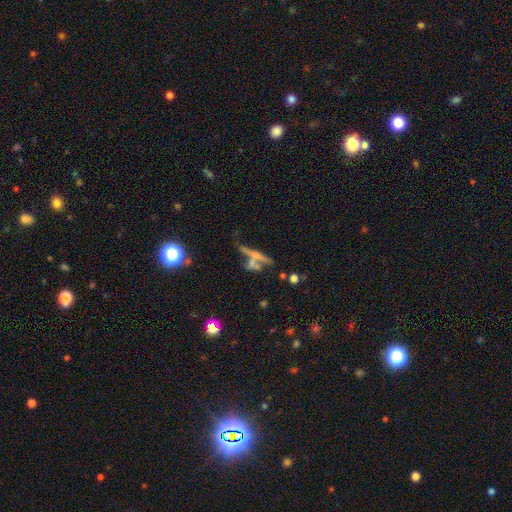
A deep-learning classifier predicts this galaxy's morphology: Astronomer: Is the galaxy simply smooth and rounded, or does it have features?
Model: featured or disk — 46% (runner-up: smooth, 31%).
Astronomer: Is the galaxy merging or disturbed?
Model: none — 41% (runner-up: merger, 35%).